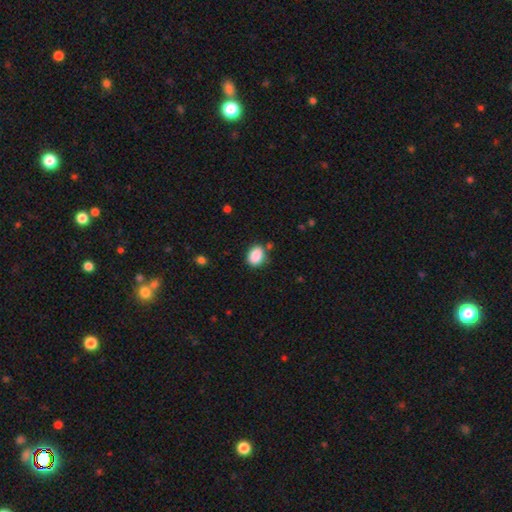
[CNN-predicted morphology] A smooth galaxy with no disk features (89%) that is in between round and cigar-shaped (67%). Merging: none (77%).